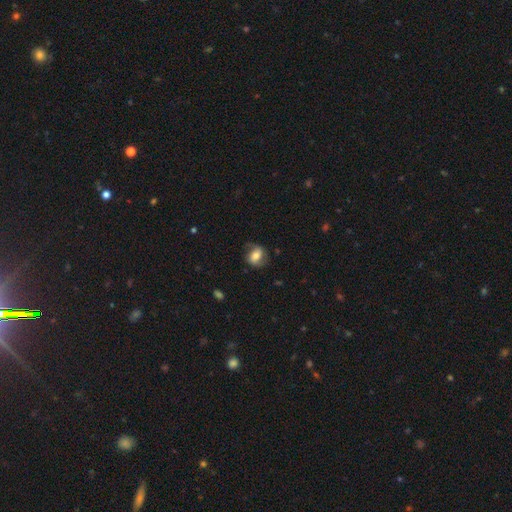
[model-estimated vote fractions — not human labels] The model was most divided on "how rounded": in between: 55%, round: 43%, cigar-shaped: 2%. More confident: merging — none (69%); smooth or featured — smooth (58%).